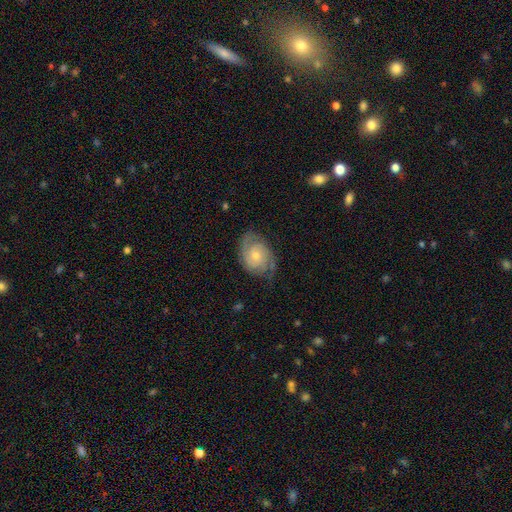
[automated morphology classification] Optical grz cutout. It shows a featured or disk galaxy (72%) with no bar (71%), 2 (63%) tight (54%) spiral arms (93%) and a small central bulge (48%). Merging: none (68%).